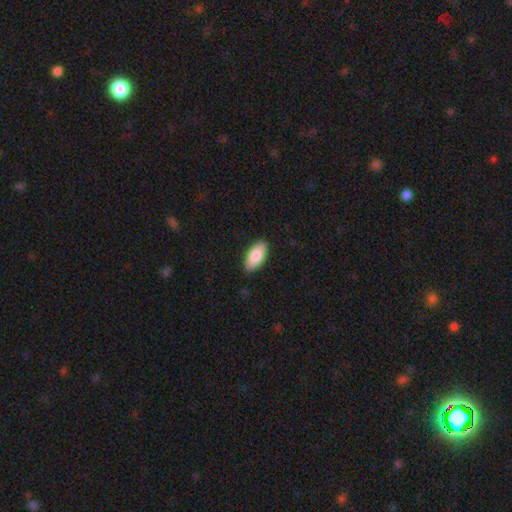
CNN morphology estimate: Smooth or featured? Predicted: smooth (p=0.87). How rounded? Predicted: in between (p=0.92). Merging? Predicted: none (p=0.89).